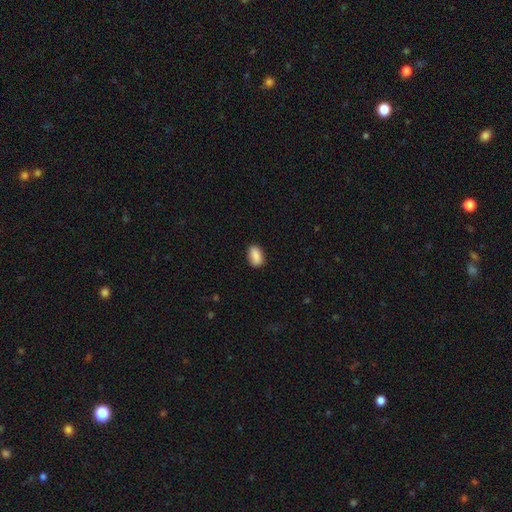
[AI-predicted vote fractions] A smooth galaxy with no disk features (88%) that is in between round and cigar-shaped (90%). Merging: none (85%).